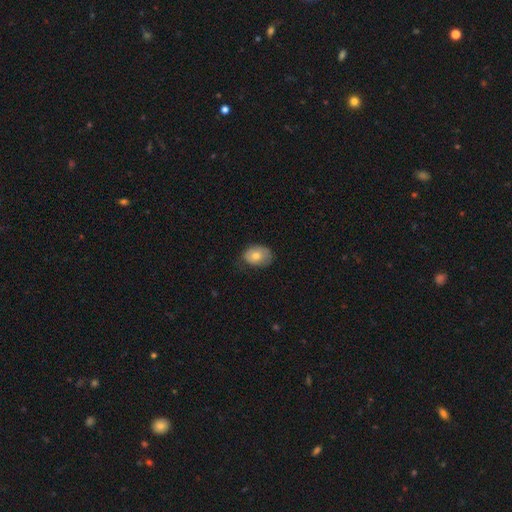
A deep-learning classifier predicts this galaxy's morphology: smooth-or-featured: smooth: 72% | featured or disk: 20% | star or artifact: 8%
  how-rounded: in between: 66% | round: 33% | cigar-shaped: 1%
  merging: none: 64% | minor disturbance: 28% | major disturbance: 7% | merger: 1%